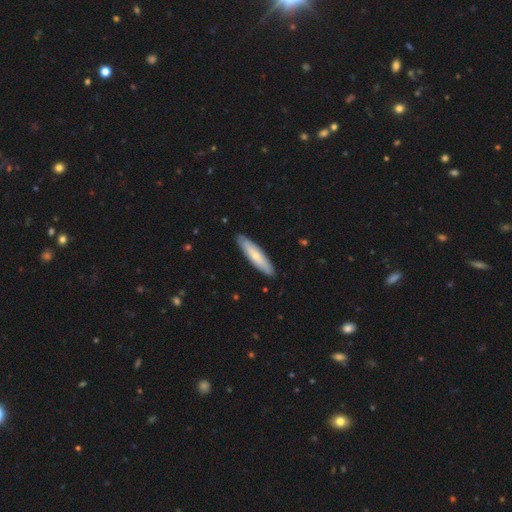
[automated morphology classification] Smooth or featured? smooth (61%)
How rounded? cigar-shaped (77%)
Merging? none (89%)